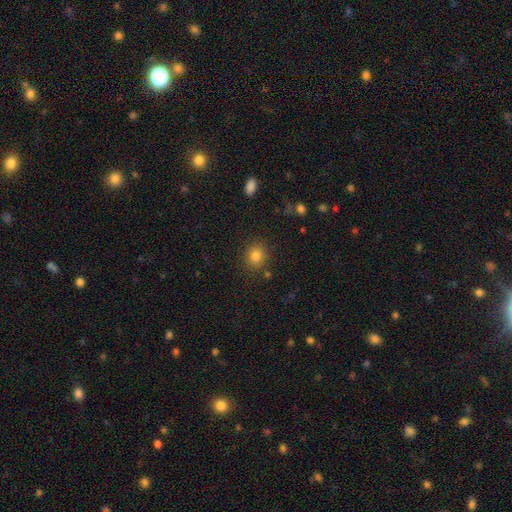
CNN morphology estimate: Smooth or featured: smooth — 81% (star or artifact — 12%)
How rounded: round — 83% (in between — 17%)
Merging: none — 86% (minor disturbance — 8%)